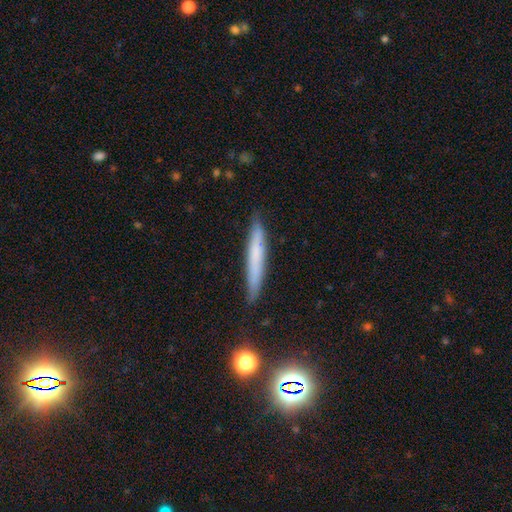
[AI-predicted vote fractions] Smooth or featured? Predicted: smooth (p=0.62). How rounded? Predicted: cigar-shaped (p=0.95). Merging? Predicted: none (p=0.87).